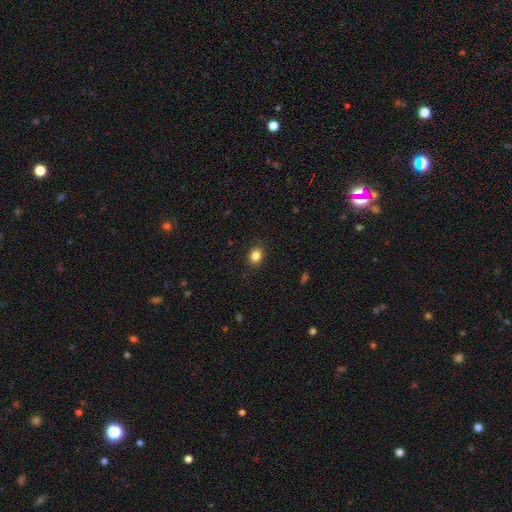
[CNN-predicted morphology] This is clearly a smooth galaxy (84%). How rounded: possibly round (56%). Merging: clearly none (88%).